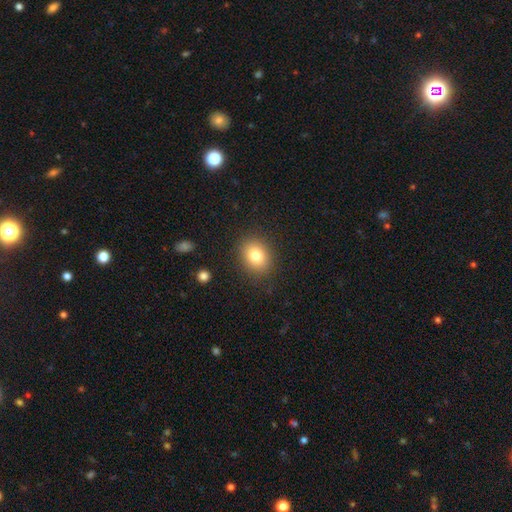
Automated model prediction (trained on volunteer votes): Q: Smooth or featured?
A: smooth (79%); runner-up: star or artifact (11%)
Q: How rounded?
A: round (54%); runner-up: in between (45%)
Q: Merging?
A: none (87%); runner-up: minor disturbance (8%)